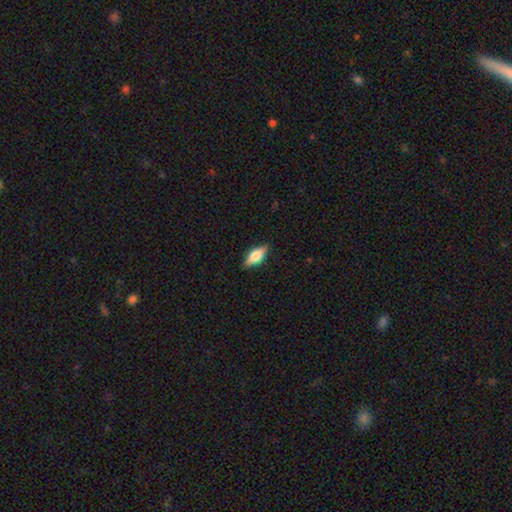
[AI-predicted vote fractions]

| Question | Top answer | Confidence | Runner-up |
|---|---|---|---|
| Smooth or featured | smooth | 57% | featured or disk (36%) |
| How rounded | in between | 76% | cigar-shaped (20%) |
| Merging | none | 86% | minor disturbance (10%) |